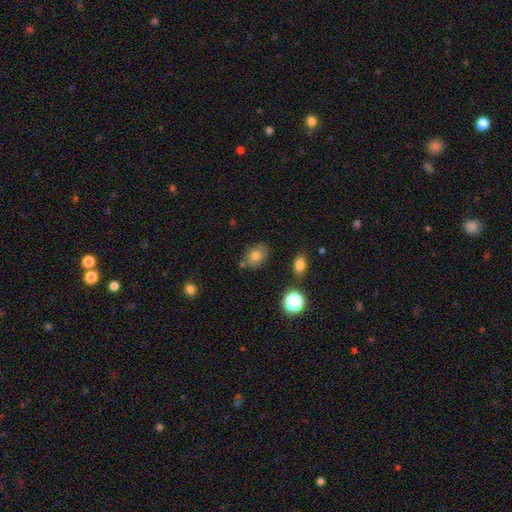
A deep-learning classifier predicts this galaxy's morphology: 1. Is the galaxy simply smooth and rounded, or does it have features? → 75% smooth, 13% star or artifact, 12% featured or disk.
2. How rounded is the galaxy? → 62% in between, 37% round, 1% cigar-shaped.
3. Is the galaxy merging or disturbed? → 74% none, 16% minor disturbance, 7% merger, 4% major disturbance.